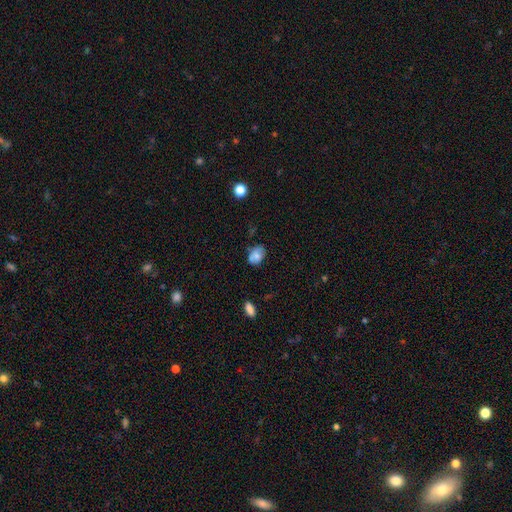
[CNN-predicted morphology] This appears to be a smooth galaxy with no disk features (66%) that is in between round and cigar-shaped (80%). Merging: none (61%).